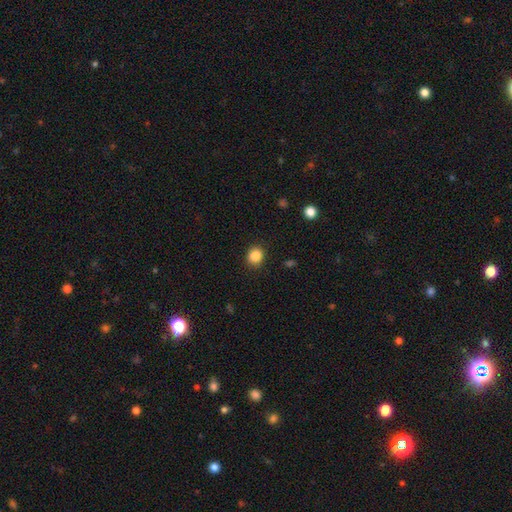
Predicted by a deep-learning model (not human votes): This is clearly a smooth galaxy (86%). How rounded: clearly round (81%). Merging: clearly none (89%).